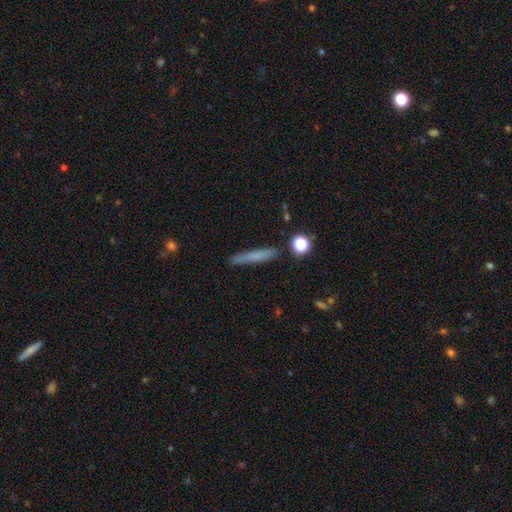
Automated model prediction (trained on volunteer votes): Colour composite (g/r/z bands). It shows a smooth galaxy with no disk features (68%) that is cigar-shaped (93%). Merging: none (85%).